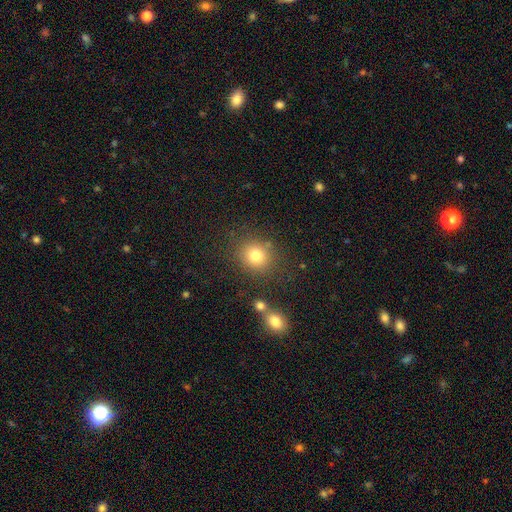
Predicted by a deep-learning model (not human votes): Smooth or featured: smooth — 78% (star or artifact — 14%)
How rounded: round — 82% (in between — 17%)
Merging: none — 80% (minor disturbance — 10%)